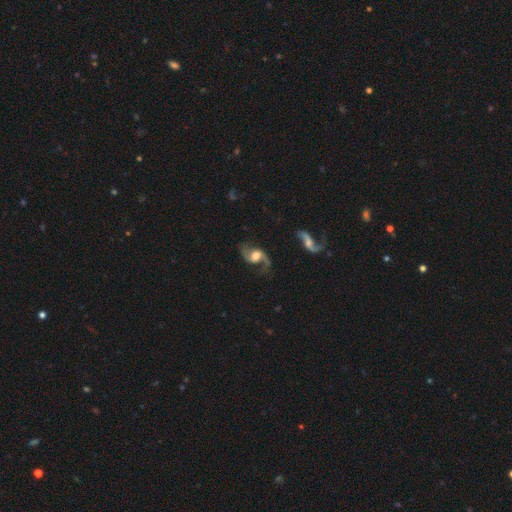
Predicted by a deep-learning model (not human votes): Smooth or featured?
  - featured or disk: 87% *
  - smooth: 8%
  - star or artifact: 5%
Edge-on disk?
  - no: 96% *
  - yes: 4%
Bar?
  - no: 48% *
  - weak: 39%
  - strong: 13%
Spiral arms?
  - yes: 96% *
  - no: 4%
Spiral winding?
  - loose: 68% *
  - medium: 28%
  - tight: 5%
Spiral arm count?
  - 2: 93% *
  - 1: 2%
  - can't tell: 2%
  - 3: 1%
  - 4: 1%
  - more than 4: 1%
Bulge size?
  - moderate: 54% *
  - large: 30%
  - small: 10%
  - none: 3%
  - dominant: 3%
Merging?
  - none: 71% *
  - minor disturbance: 16%
  - major disturbance: 10%
  - merger: 3%